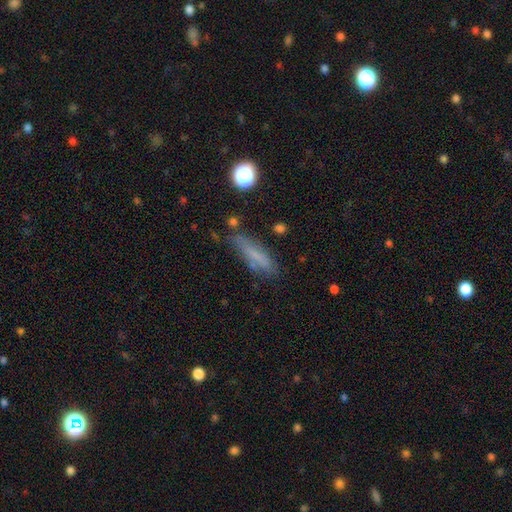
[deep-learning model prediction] Overall: smooth (64%). How rounded: cigar-shaped (71%). Merging: none (68%).